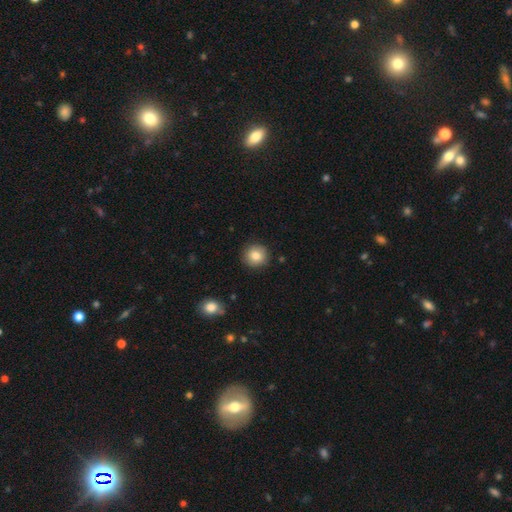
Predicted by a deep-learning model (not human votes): Overall: smooth (83%). How rounded: round (92%). Merging: none (89%).